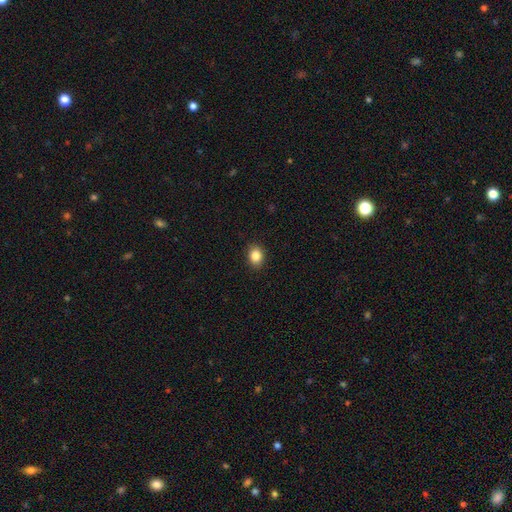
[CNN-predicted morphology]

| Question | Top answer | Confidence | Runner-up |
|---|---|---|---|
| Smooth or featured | smooth | 86% | star or artifact (10%) |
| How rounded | in between | 56% | round (43%) |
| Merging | none | 90% | minor disturbance (7%) |